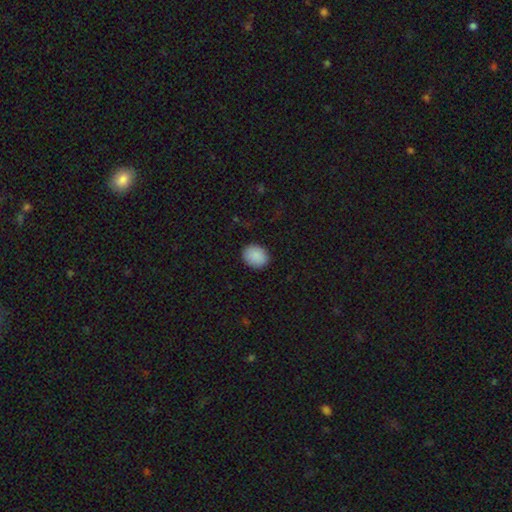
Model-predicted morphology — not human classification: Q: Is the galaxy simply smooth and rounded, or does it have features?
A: smooth — 90%.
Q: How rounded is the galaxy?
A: round — 57%.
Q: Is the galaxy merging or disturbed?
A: none — 89%.